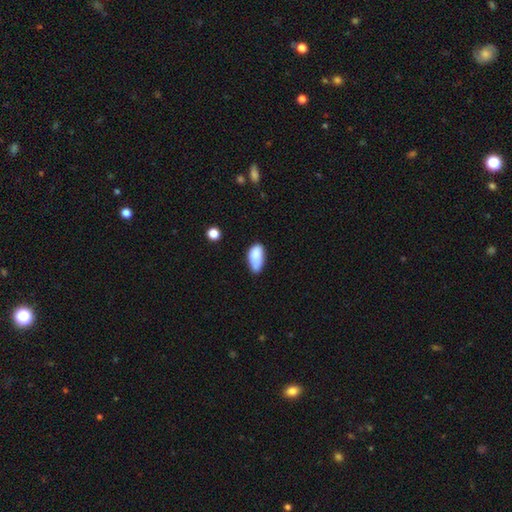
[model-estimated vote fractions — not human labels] smooth_or_featured: smooth (p=0.84) [alt: star or artifact p=0.08]
how_rounded: in between (p=0.92) [alt: cigar-shaped p=0.05]
merging: none (p=0.47) [alt: minor disturbance p=0.38]